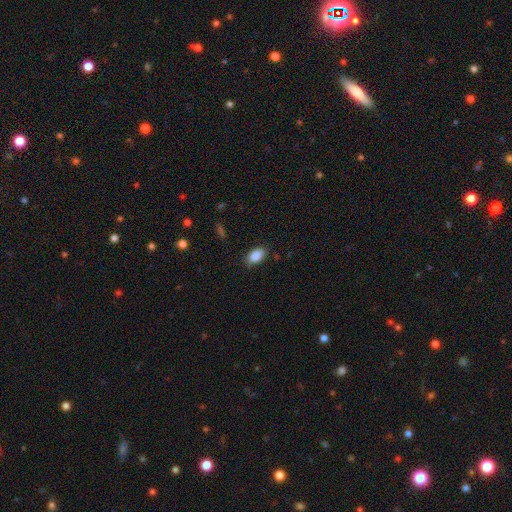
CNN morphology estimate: The model was most divided on "merging": none: 82%, minor disturbance: 14%, major disturbance: 3%, merger: 1%. More confident: how rounded — in between (88%); smooth or featured — smooth (87%).